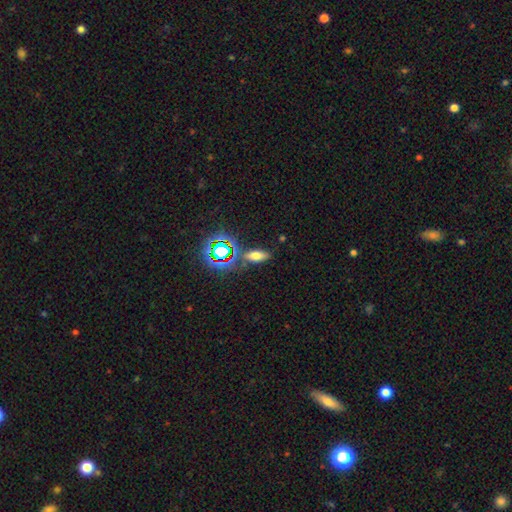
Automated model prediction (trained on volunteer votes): Morphology: type=smooth (58%); roundness=in between (73%); merging=none (79%).